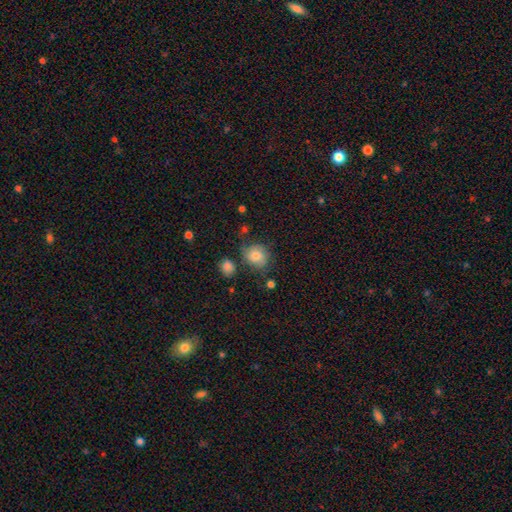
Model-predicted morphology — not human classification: smooth-or-featured: smooth: 75% | featured or disk: 15% | star or artifact: 10%
  how-rounded: round: 67% | in between: 32% | cigar-shaped: 1%
  merging: none: 61% | minor disturbance: 25% | major disturbance: 9% | merger: 5%